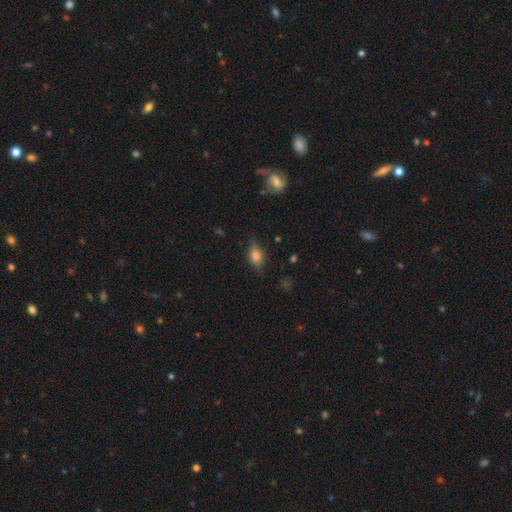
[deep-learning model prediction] A smooth galaxy with no disk features (70%) that is in between round and cigar-shaped (80%). Merging: none (74%).